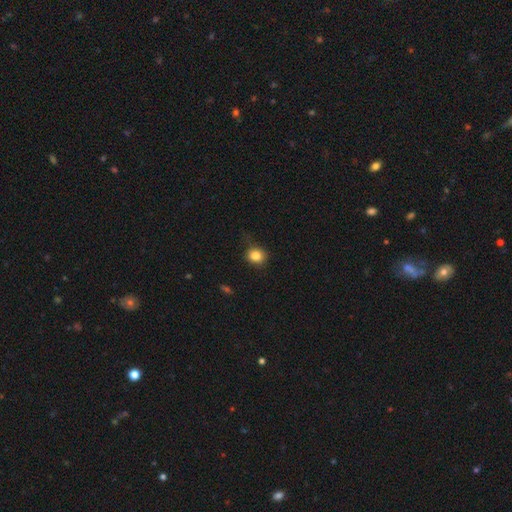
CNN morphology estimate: A smooth galaxy with no disk features (83%) that is round (76%).

Vote fractions:
- Smooth or featured? smooth: 83% / star or artifact: 11% / featured or disk: 6%
- How rounded? round: 76% / in between: 23% / cigar-shaped: 1%
- Merging? none: 74% / minor disturbance: 20% / major disturbance: 5% / merger: 1%